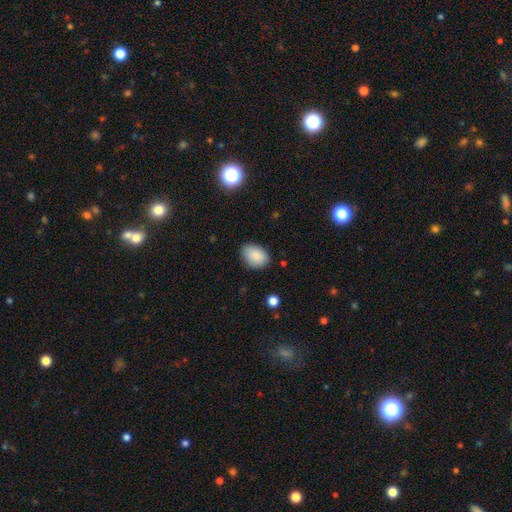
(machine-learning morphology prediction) Q: Smooth or featured?
A: smooth (88%); runner-up: star or artifact (7%)
Q: How rounded?
A: in between (82%); runner-up: round (17%)
Q: Merging?
A: none (81%); runner-up: minor disturbance (15%)